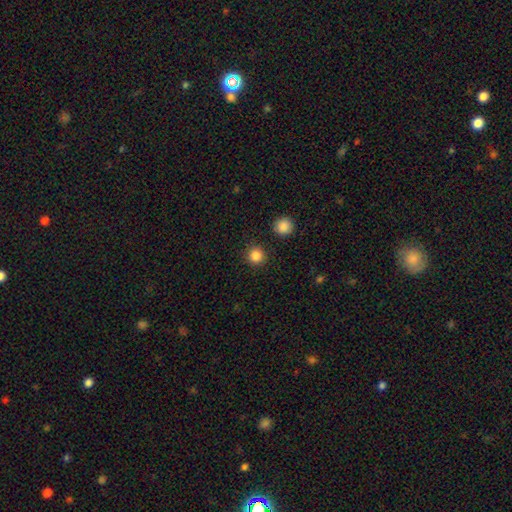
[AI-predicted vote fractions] Morphology: type=smooth (85%); roundness=round (95%); merging=none (91%).